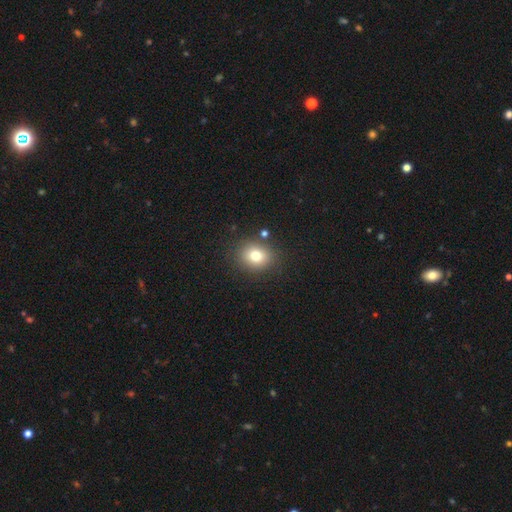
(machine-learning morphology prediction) type=smooth (78%); roundness=round (64%); merging=none (83%).